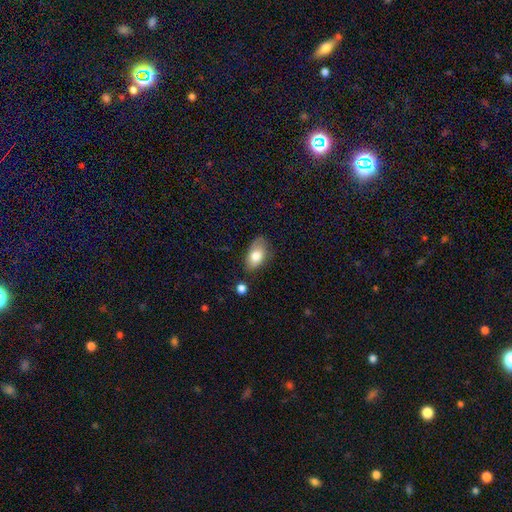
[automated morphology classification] type=smooth (76%); roundness=in between (92%); merging=none (63%).